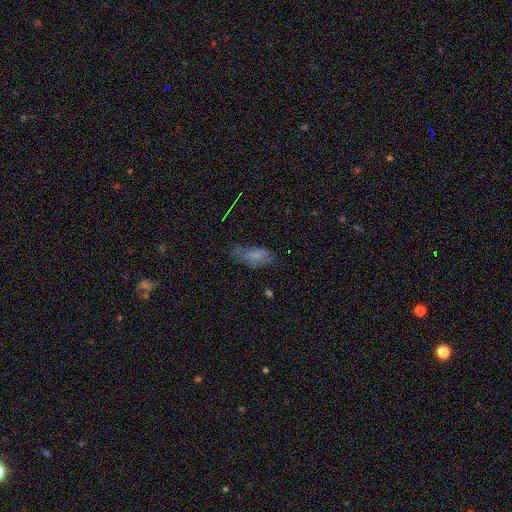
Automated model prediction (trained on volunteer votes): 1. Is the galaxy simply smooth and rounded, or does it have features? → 65% smooth, 23% featured or disk, 12% star or artifact.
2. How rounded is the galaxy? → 82% in between, 15% cigar-shaped, 3% round.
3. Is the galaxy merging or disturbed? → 46% none, 33% minor disturbance, 18% major disturbance, 3% merger.